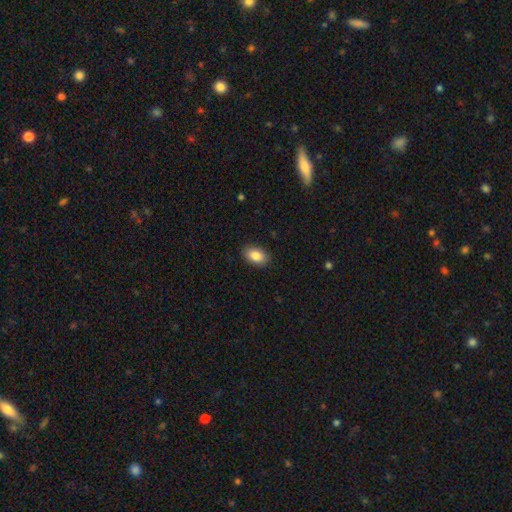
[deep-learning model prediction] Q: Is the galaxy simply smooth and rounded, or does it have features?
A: smooth — 86%.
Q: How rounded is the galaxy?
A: in between — 92%.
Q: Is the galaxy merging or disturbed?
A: none — 89%.